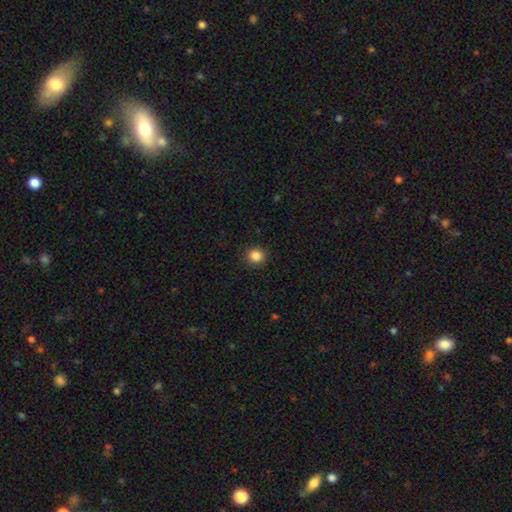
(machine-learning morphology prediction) Overall: smooth (86%). How rounded: round (92%). Merging: none (92%).